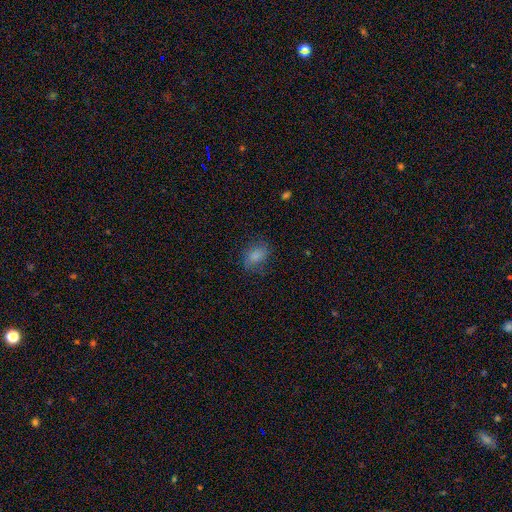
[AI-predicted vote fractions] smooth 78%, featured or disk 12%, star or artifact 10%. Down the decision tree: how rounded — in between (76%); merging — none (66%).